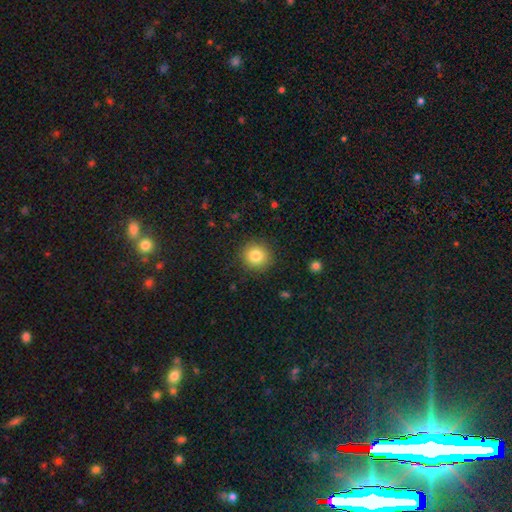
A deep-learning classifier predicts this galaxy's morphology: This is clearly a smooth galaxy (83%). How rounded: clearly round (91%). Merging: clearly none (89%).